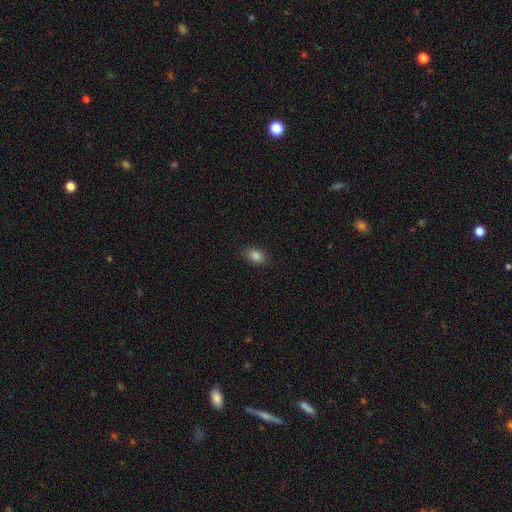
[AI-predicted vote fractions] A smooth galaxy with no disk features (85%) that is in between round and cigar-shaped (77%). Merging: none (86%).